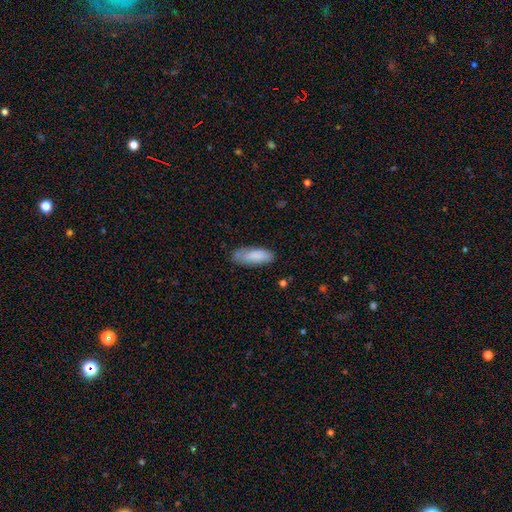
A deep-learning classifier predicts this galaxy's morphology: Smooth or featured? smooth (83%)
How rounded? in between (69%)
Merging? none (69%)